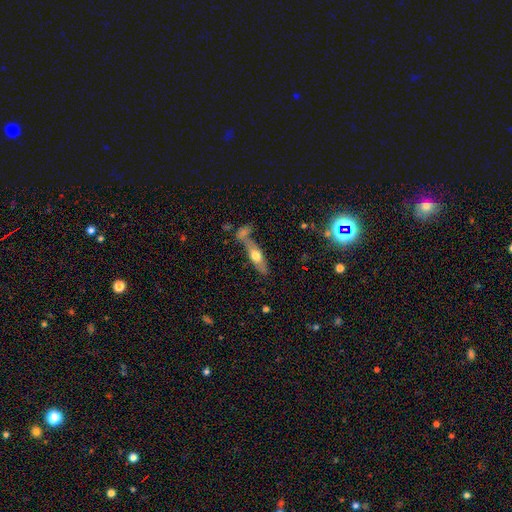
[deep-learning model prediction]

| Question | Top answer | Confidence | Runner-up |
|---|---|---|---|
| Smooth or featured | smooth | 48% | featured or disk (45%) |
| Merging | none | 59% | merger (21%) |